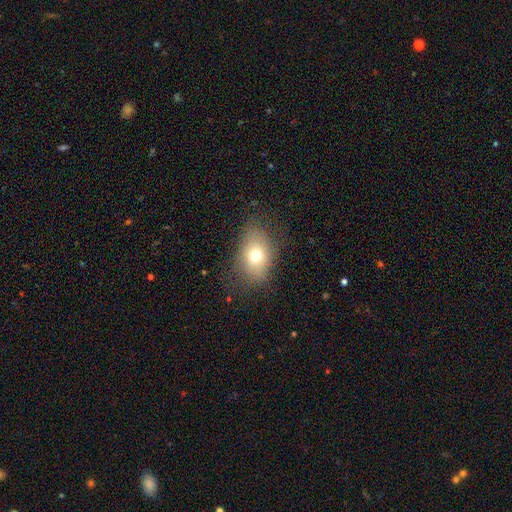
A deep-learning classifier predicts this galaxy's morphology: Q: Smooth or featured?
A: smooth (70%); runner-up: featured or disk (17%)
Q: How rounded?
A: in between (71%); runner-up: round (28%)
Q: Merging?
A: none (74%); runner-up: minor disturbance (17%)